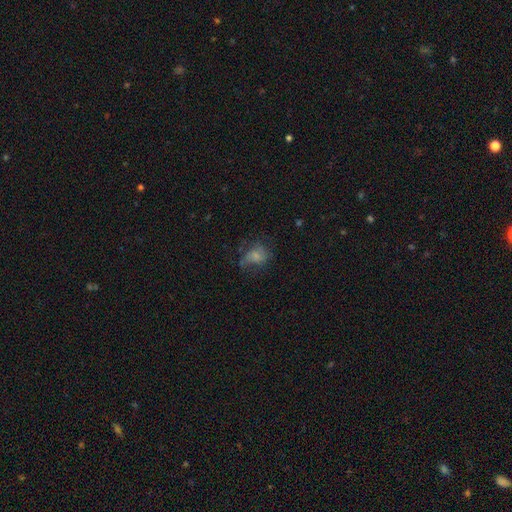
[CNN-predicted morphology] A smooth galaxy with no disk features (59%) that is in between round and cigar-shaped (54%). Merging: none (39%).